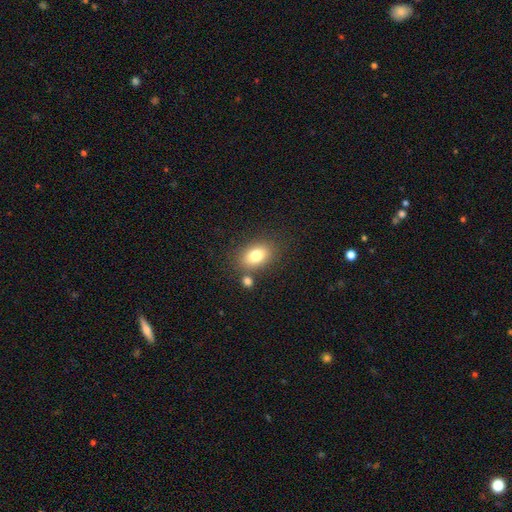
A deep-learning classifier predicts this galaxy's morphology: smooth 79%, featured or disk 12%, star or artifact 10%. Down the decision tree: how rounded — in between (81%); merging — none (72%).